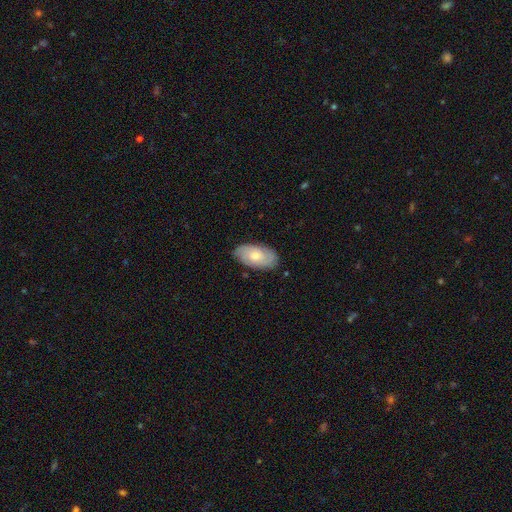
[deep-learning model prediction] Morphology: type=featured or disk (47%, tied with smooth); merging=none (82%).